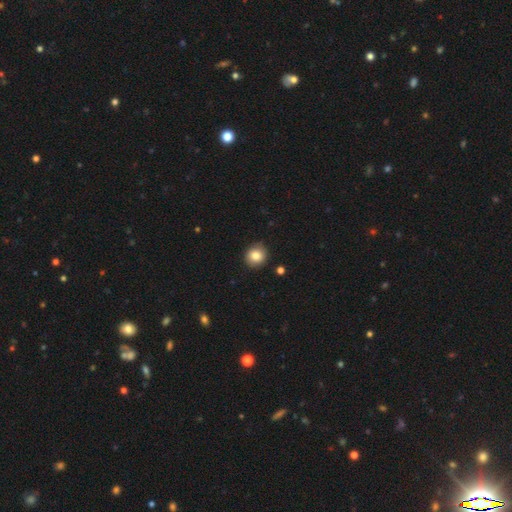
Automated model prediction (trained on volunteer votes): The model was most divided on "smooth or featured": smooth: 84%, star or artifact: 10%, featured or disk: 7%. More confident: merging — none (89%); how rounded — round (88%).